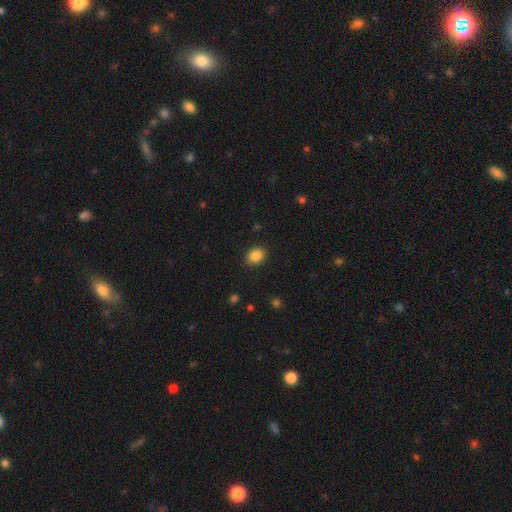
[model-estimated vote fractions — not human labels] Smooth or featured?
  - smooth: 86% *
  - star or artifact: 9%
  - featured or disk: 5%
How rounded?
  - in between: 56% *
  - round: 43%
  - cigar-shaped: 1%
Merging?
  - none: 90% *
  - minor disturbance: 7%
  - major disturbance: 2%
  - merger: 1%